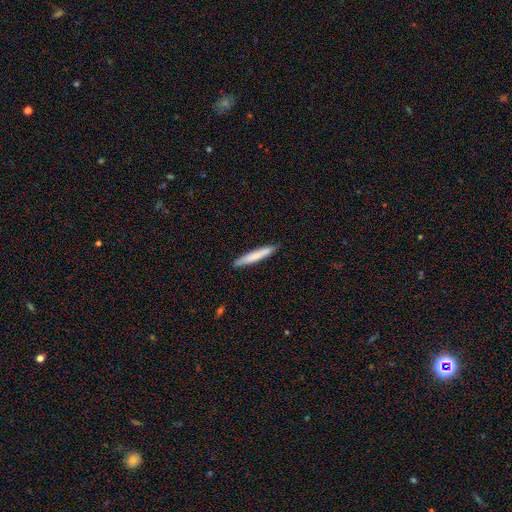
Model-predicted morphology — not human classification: Smooth or featured? smooth (76%)
How rounded? cigar-shaped (95%)
Merging? none (89%)